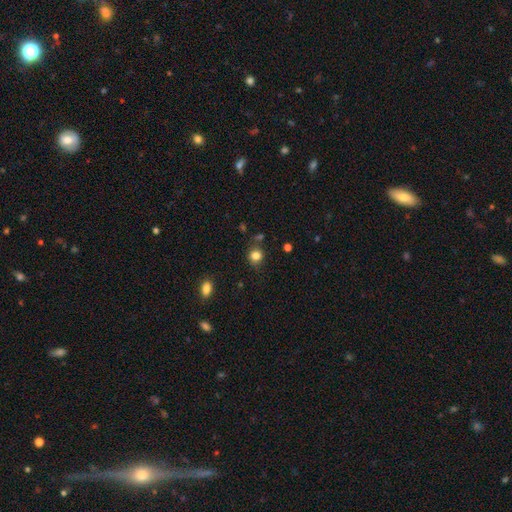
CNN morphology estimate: smooth 83%, star or artifact 12%, featured or disk 5%. Down the decision tree: how rounded — round (82%); merging — none (77%).